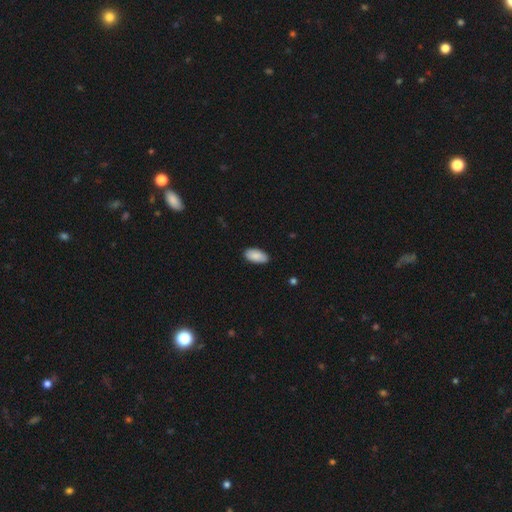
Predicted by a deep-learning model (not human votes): This appears to be a smooth galaxy with no disk features (89%) that is in between round and cigar-shaped (95%). Merging: none (86%).